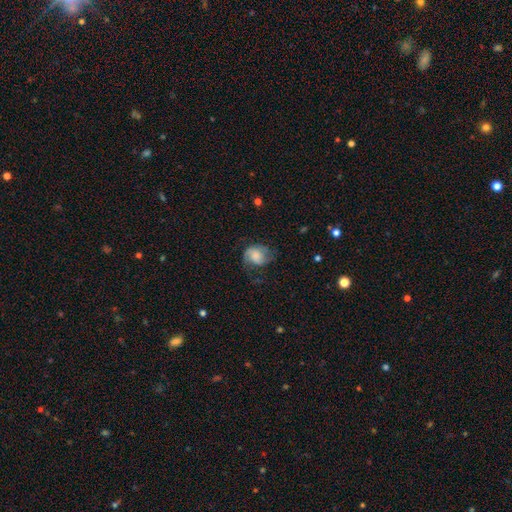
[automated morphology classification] Overall: smooth (53%; featured or disk 38%). How rounded: round (51%; in between 48%). Merging: none (46%; minor disturbance 29%).